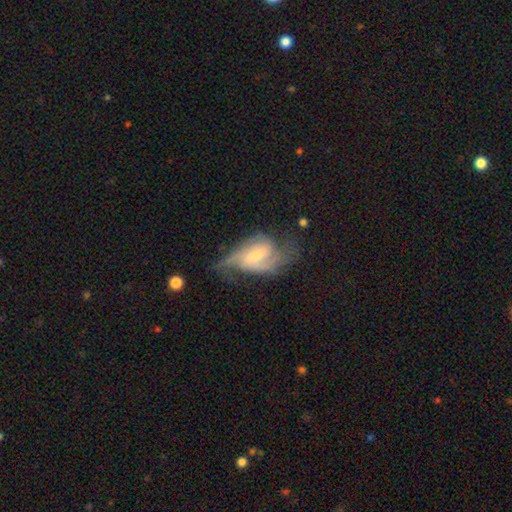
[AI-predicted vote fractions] Smooth or featured? Predicted: featured or disk (p=0.83). Edge-on disk? Predicted: no (p=0.96). Bar? Predicted: weak (p=0.51). Spiral arms? Predicted: yes (p=0.95). Spiral winding? Predicted: medium (p=0.47). Spiral arm count? Predicted: 2 (p=0.66). Bulge size? Predicted: small (p=0.60). Merging? Predicted: none (p=0.51).